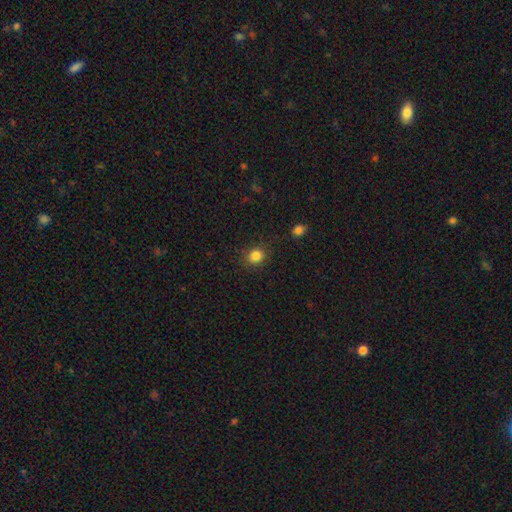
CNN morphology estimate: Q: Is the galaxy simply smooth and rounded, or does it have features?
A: smooth — 84%.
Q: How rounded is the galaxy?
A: round — 75%.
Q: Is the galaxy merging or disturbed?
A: none — 84%.